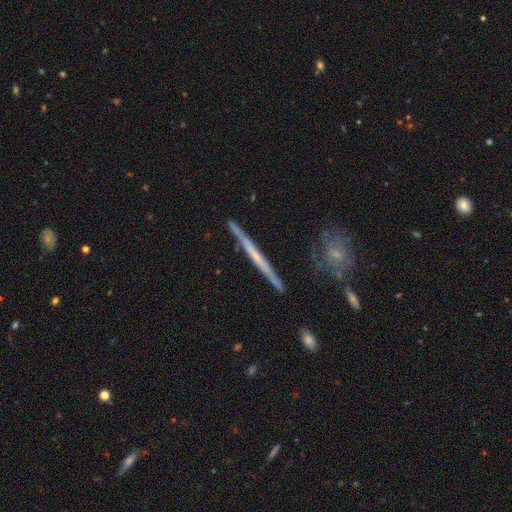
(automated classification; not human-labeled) This appears to be a featured or disk galaxy (63%) viewed edge-on (95%) with no central bulge (76%). Merging: none (85%).